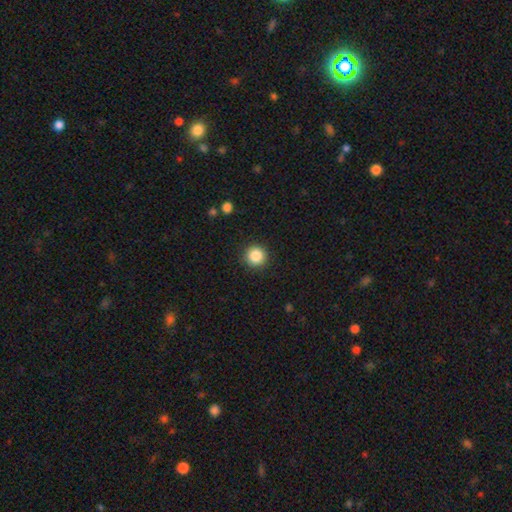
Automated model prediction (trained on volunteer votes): smooth_or_featured: smooth (p=0.86) [alt: star or artifact p=0.10]
how_rounded: round (p=0.96) [alt: in between p=0.03]
merging: none (p=0.92) [alt: minor disturbance p=0.05]